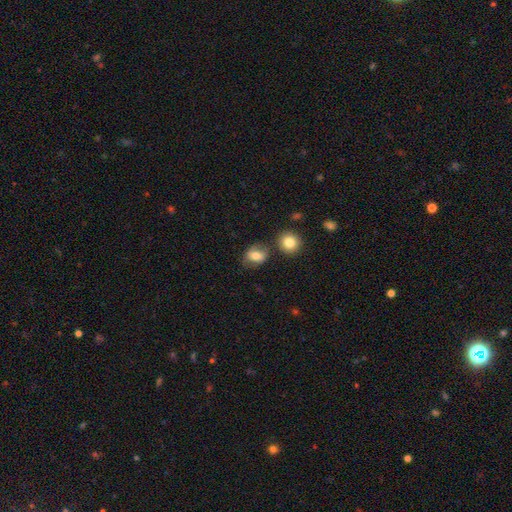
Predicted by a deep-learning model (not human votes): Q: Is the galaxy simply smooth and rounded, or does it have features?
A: smooth — 71%.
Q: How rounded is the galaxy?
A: in between — 51%.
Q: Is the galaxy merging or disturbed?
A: none — 66%.